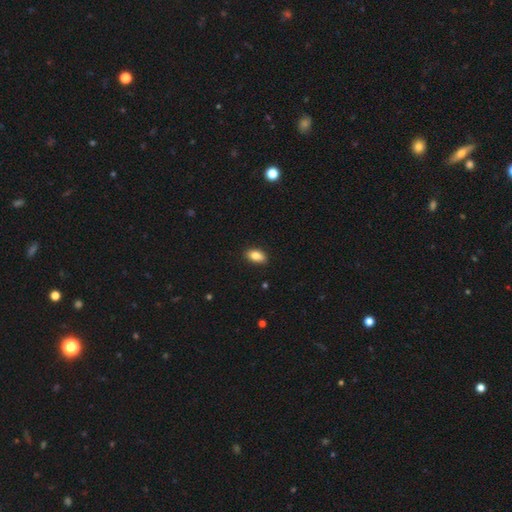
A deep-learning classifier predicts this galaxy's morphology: smooth-or-featured: smooth: 84% | featured or disk: 8% | star or artifact: 8%
  how-rounded: in between: 90% | round: 6% | cigar-shaped: 4%
  merging: none: 86% | minor disturbance: 11% | major disturbance: 2% | merger: 1%